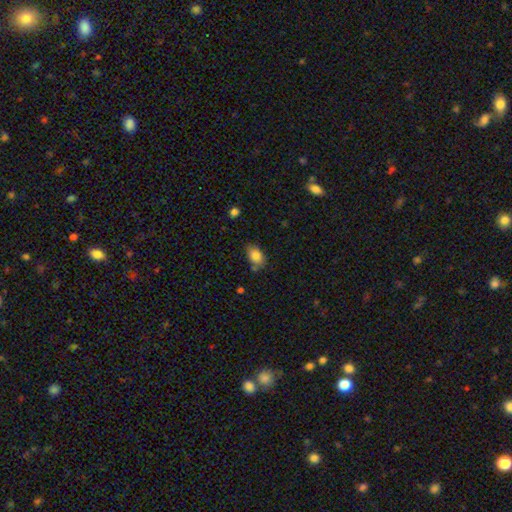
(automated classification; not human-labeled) A smooth galaxy with no disk features (84%) that is in between round and cigar-shaped (80%).

Vote fractions:
- Smooth or featured? smooth: 84% / star or artifact: 8% / featured or disk: 8%
- How rounded? in between: 80% / round: 19% / cigar-shaped: 1%
- Merging? none: 69% / minor disturbance: 21% / merger: 6% / major disturbance: 4%